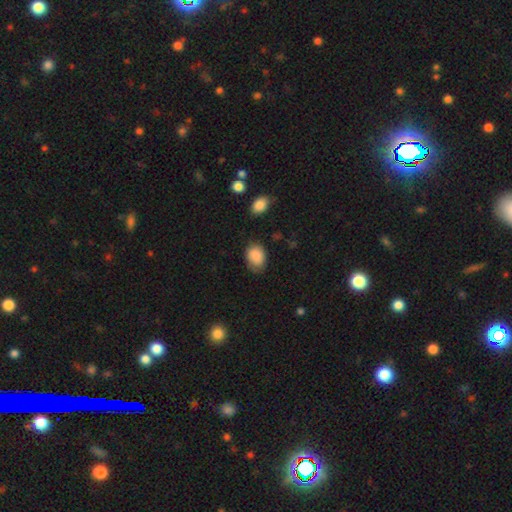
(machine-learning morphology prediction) smooth 87%, star or artifact 8%, featured or disk 5%. Down the decision tree: how rounded — in between (70%); merging — none (64%).